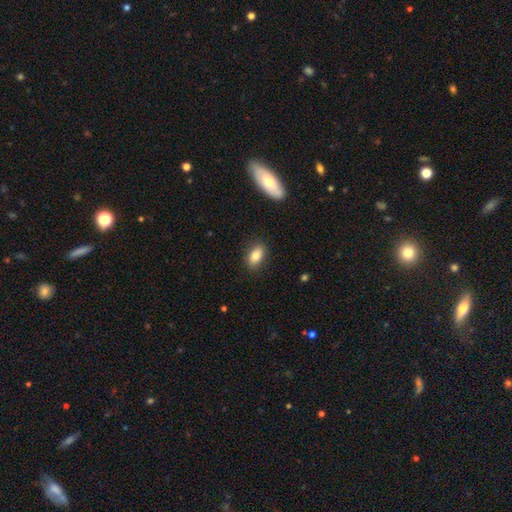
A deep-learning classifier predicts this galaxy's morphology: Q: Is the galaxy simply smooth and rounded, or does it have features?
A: smooth — 80%.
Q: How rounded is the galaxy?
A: in between — 87%.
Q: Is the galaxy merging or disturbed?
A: none — 85%.